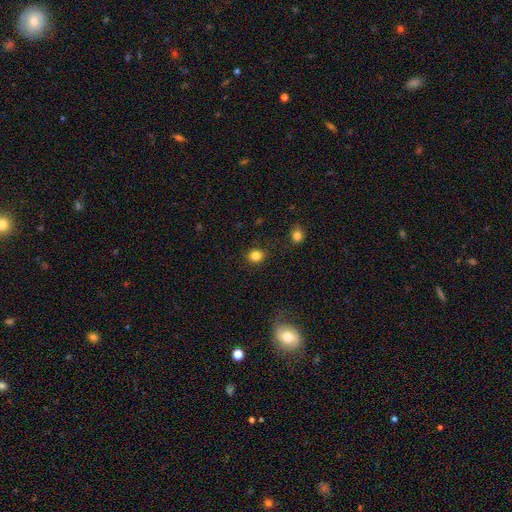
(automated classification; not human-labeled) smooth_or_featured: smooth (p=0.83) [alt: star or artifact p=0.12]
how_rounded: round (p=0.80) [alt: in between p=0.20]
merging: none (p=0.87) [alt: minor disturbance p=0.08]